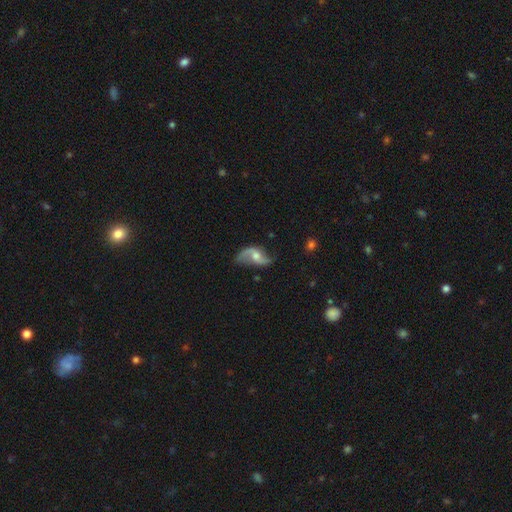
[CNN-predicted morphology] featured or disk 83%, smooth 11%, star or artifact 6%. Down the decision tree: edge-on disk — no (97%); bar — no (51%); spiral arms — yes (95%); spiral arm count — 2 (91%); spiral winding — loose (80%); bulge size — moderate (59%); merging — none (65%).